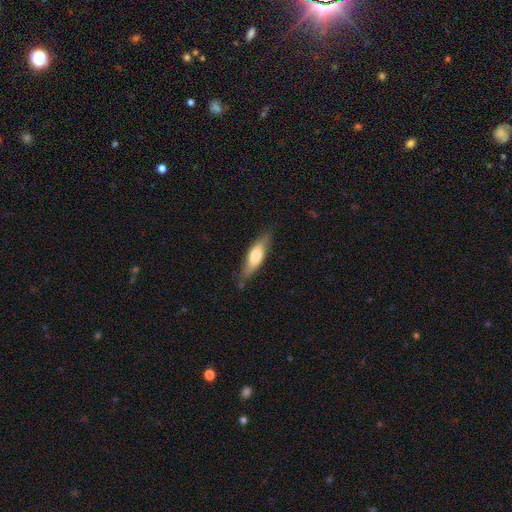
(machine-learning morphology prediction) Overall: smooth (61%; featured or disk 34%). How rounded: cigar-shaped (51%; in between 47%). Merging: none (76%).